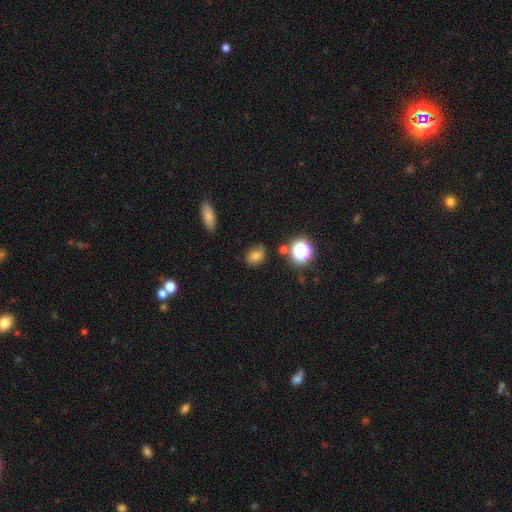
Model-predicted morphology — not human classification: This appears to be a smooth galaxy with no disk features (69%) that is round (51%). Merging: none (68%).